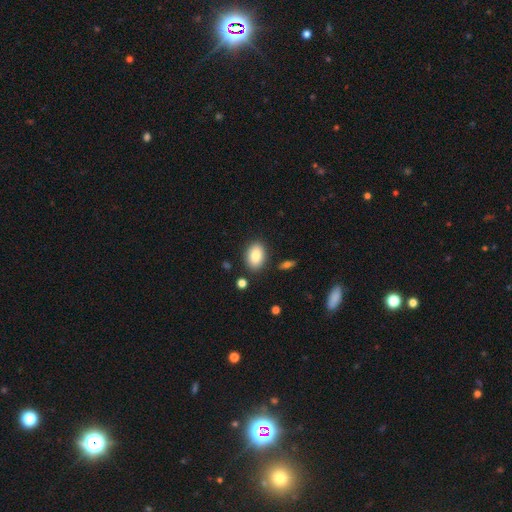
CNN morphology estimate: Q: Smooth or featured?
A: smooth (86%); runner-up: star or artifact (7%)
Q: How rounded?
A: in between (86%); runner-up: round (13%)
Q: Merging?
A: none (85%); runner-up: minor disturbance (10%)